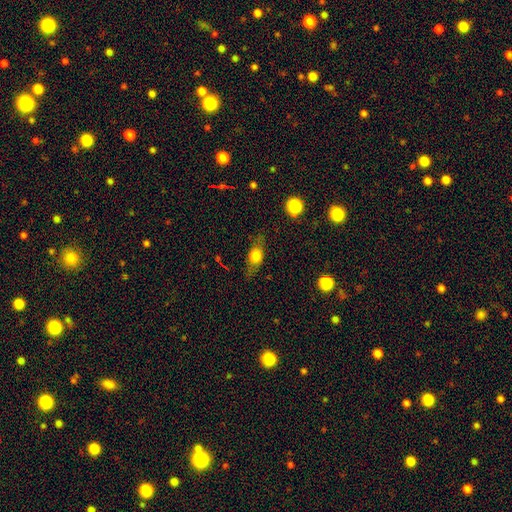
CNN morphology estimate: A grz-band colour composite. It shows a smooth galaxy with no disk features (63%) that is in between round and cigar-shaped (64%). Merging: none (74%).